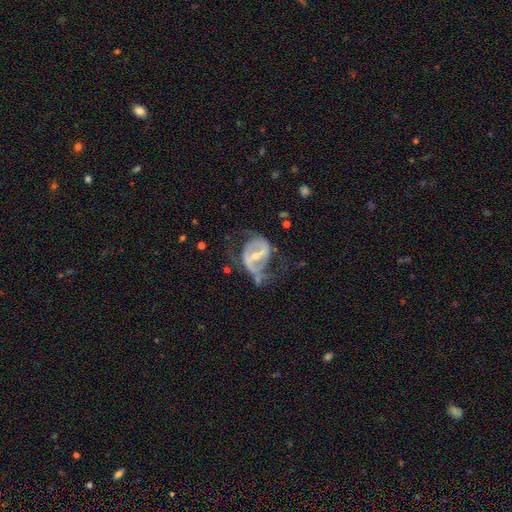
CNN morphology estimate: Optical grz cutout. It shows a featured or disk galaxy (83%) with a strong bar (50%), 2 (75%) medium (43%) spiral arms (79%) and a small central bulge (53%). Merging: none (39%).